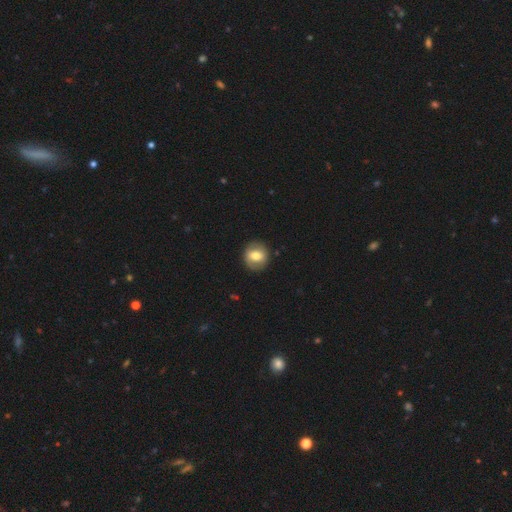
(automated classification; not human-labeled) Smooth or featured: smooth — 62% (featured or disk — 31%)
How rounded: round — 83% (in between — 16%)
Merging: none — 87% (minor disturbance — 9%)